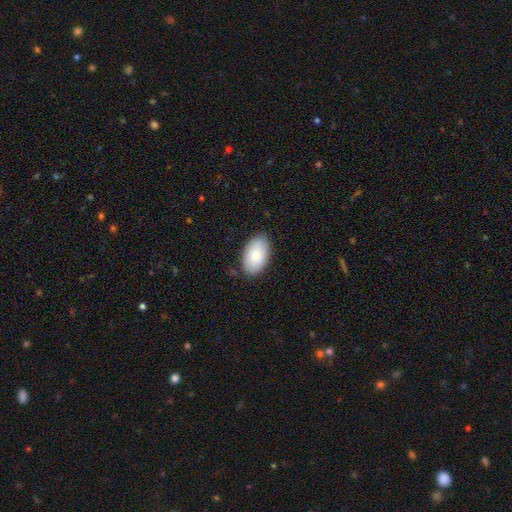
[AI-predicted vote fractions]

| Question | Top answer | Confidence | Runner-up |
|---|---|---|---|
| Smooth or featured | smooth | 78% | featured or disk (16%) |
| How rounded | in between | 93% | round (5%) |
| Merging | none | 83% | minor disturbance (13%) |